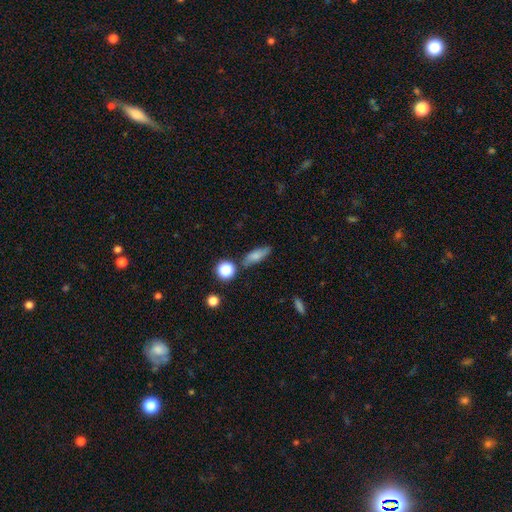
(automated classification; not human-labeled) smooth 73%, featured or disk 17%, star or artifact 10%. Down the decision tree: how rounded — in between (53%); merging — none (73%).